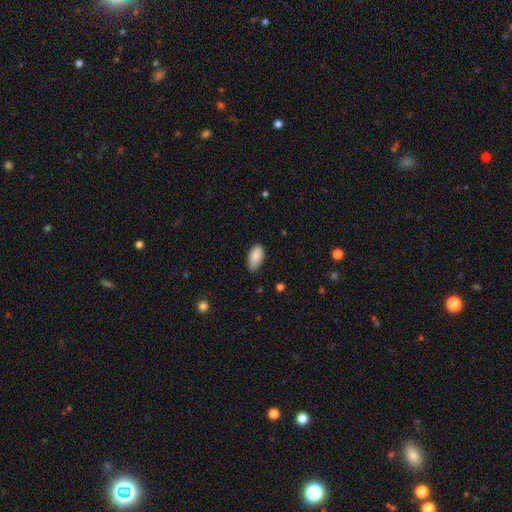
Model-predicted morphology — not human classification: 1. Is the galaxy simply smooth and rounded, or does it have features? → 87% smooth, 7% star or artifact, 6% featured or disk.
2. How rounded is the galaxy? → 94% in between, 4% cigar-shaped, 3% round.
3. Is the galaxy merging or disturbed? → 65% none, 30% minor disturbance, 4% major disturbance, 1% merger.